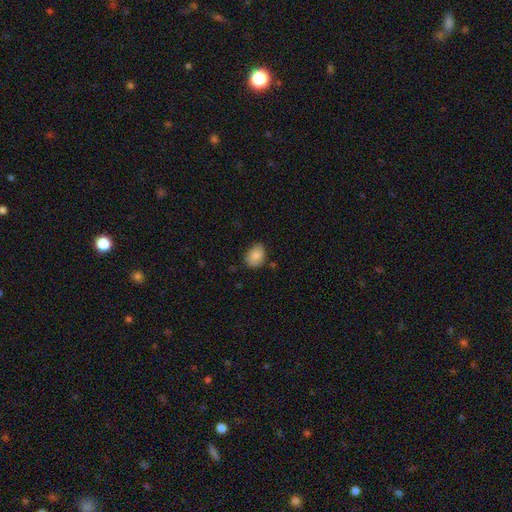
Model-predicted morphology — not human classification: Overall: smooth (86%). How rounded: in between (68%; round 31%). Merging: none (73%).